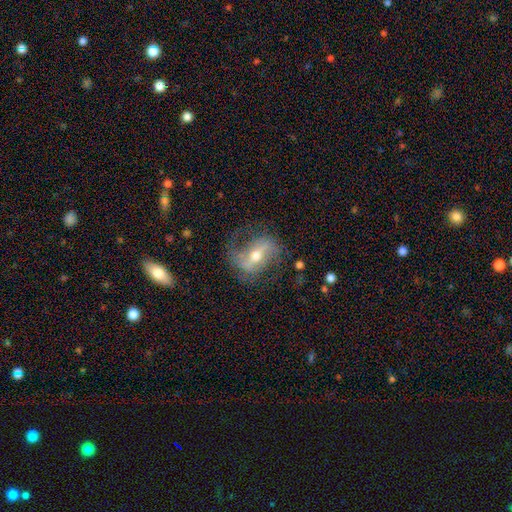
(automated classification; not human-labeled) Smooth or featured? featured or disk (79%)
Edge-on disk? no (93%)
Bar? strong (48%)
Spiral arms? yes (89%)
Spiral winding? loose (53%)
Spiral arm count? 2 (85%)
Bulge size? moderate (66%)
Merging? none (65%)